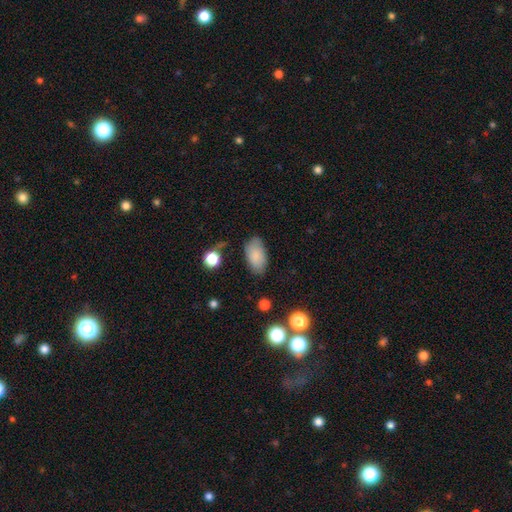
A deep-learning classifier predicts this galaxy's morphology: This appears to be a smooth galaxy with no disk features (84%) that is in between round and cigar-shaped (94%). Merging: none (74%).